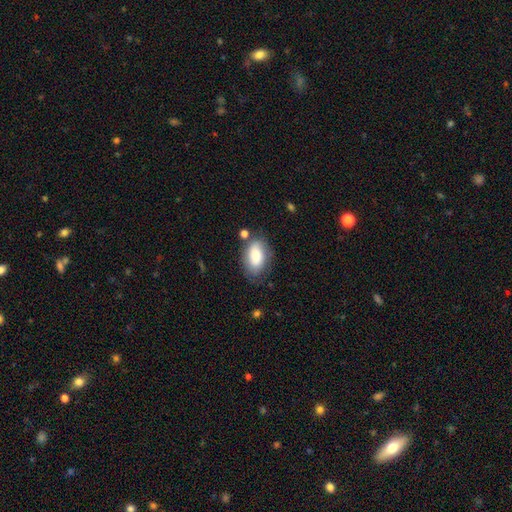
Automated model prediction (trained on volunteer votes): Overall: smooth (81%). How rounded: in between (92%). Merging: none (70%).